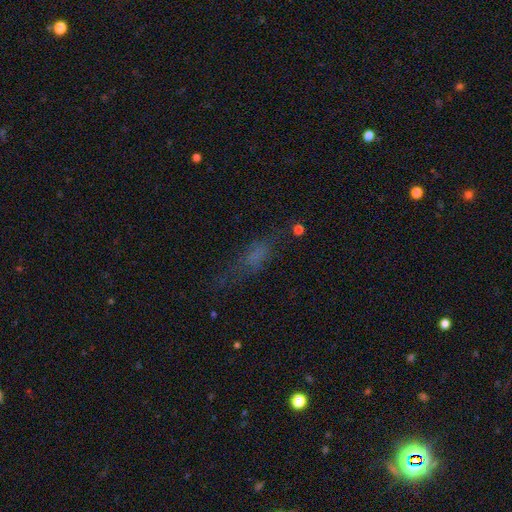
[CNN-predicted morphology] Smooth or featured? Predicted: smooth (p=0.51). How rounded? Predicted: in between (p=0.47, tied with cigar-shaped). Merging? Predicted: none (p=0.51).